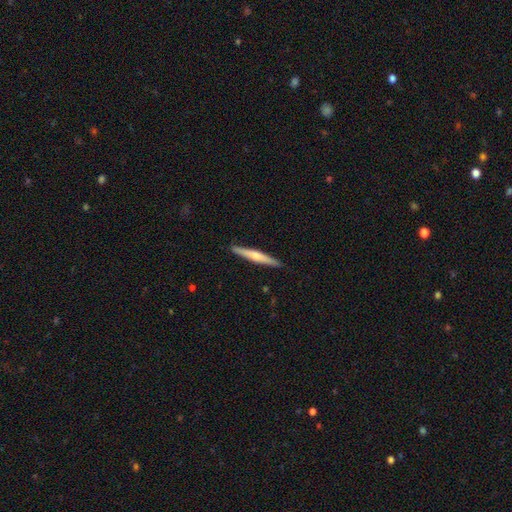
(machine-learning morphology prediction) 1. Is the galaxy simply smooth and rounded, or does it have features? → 49% featured or disk, 45% smooth, 5% star or artifact.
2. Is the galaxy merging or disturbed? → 91% none, 7% minor disturbance, 1% major disturbance, 1% merger.